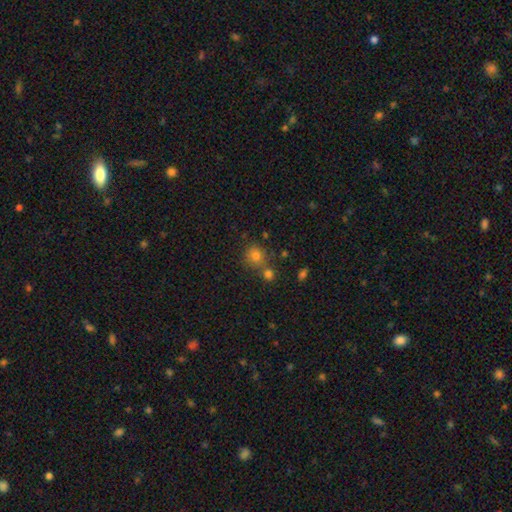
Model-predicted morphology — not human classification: smooth 74%, star or artifact 18%, featured or disk 8%. Down the decision tree: how rounded — round (86%); merging — none (65%).